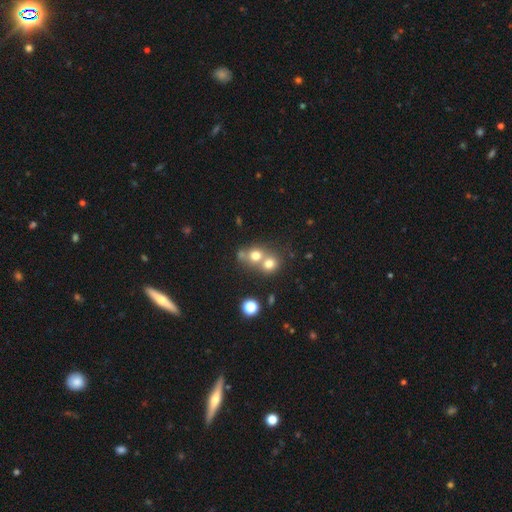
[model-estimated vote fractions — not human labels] This appears to be a smooth galaxy with no disk features (69%) that is round (78%). Merging: merger (55%).